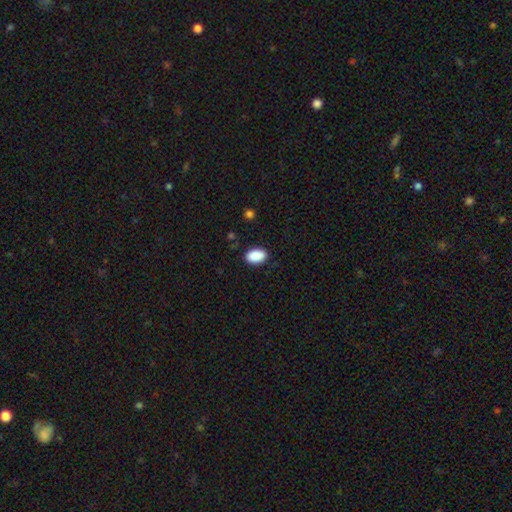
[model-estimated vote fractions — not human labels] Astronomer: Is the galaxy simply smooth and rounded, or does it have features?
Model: smooth — 90%.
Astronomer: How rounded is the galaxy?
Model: in between — 92%.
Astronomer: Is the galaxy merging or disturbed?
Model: none — 86%.